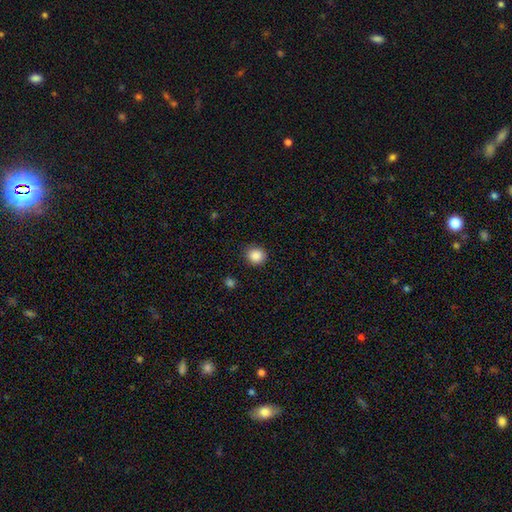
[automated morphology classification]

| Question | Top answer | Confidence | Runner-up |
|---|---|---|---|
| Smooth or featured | smooth | 88% | star or artifact (9%) |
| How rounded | round | 83% | in between (16%) |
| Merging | none | 88% | minor disturbance (8%) |